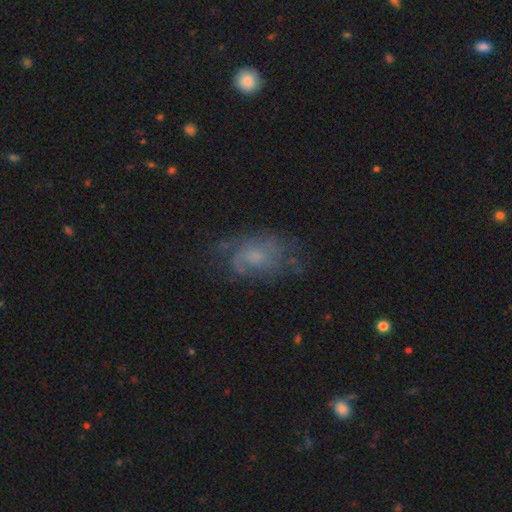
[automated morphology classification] featured or disk 56%, smooth 32%, star or artifact 12%. Down the decision tree: edge-on disk — no (96%); bar — no (75%); spiral arms — yes (72%); bulge size — small (43%); merging — none (56%).